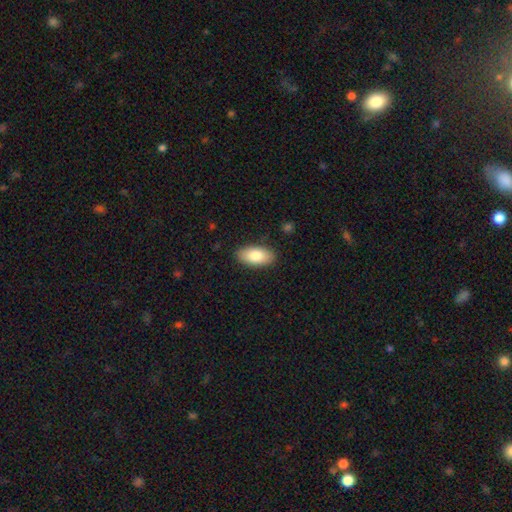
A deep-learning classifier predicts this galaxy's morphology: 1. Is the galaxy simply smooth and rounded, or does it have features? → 81% smooth, 13% featured or disk, 6% star or artifact.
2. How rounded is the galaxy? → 93% in between, 4% cigar-shaped, 3% round.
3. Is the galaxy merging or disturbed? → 88% none, 9% minor disturbance, 2% major disturbance, 1% merger.